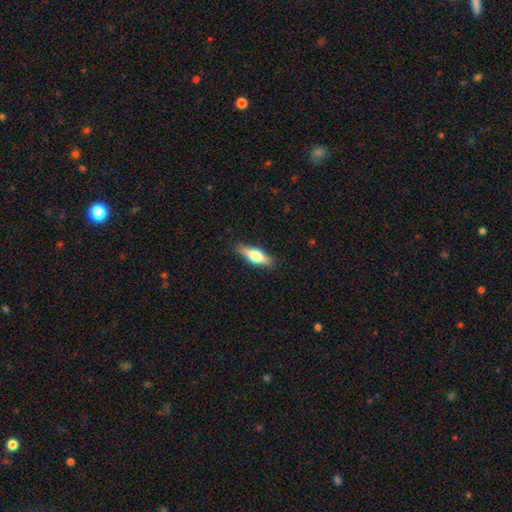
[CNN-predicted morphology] A smooth galaxy with no disk features (61%) that is in between round and cigar-shaped (54%).

Vote fractions:
- Smooth or featured? smooth: 61% / featured or disk: 33% / star or artifact: 6%
- How rounded? in between: 54% / cigar-shaped: 43% / round: 3%
- Merging? none: 87% / minor disturbance: 10% / major disturbance: 2% / merger: 1%